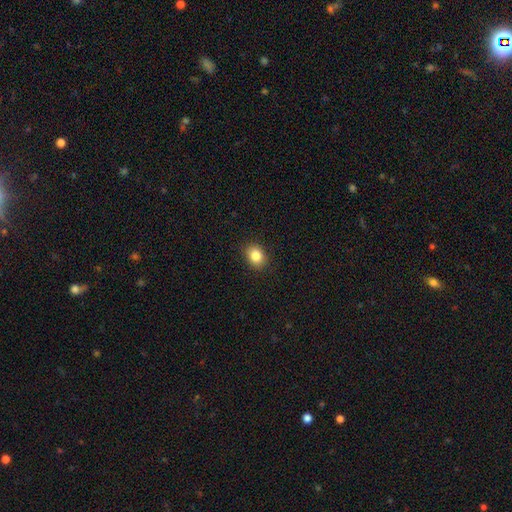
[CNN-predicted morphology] Smooth or featured?
  - smooth: 84% *
  - star or artifact: 10%
  - featured or disk: 6%
How rounded?
  - in between: 54% *
  - round: 45%
  - cigar-shaped: 1%
Merging?
  - none: 89% *
  - minor disturbance: 8%
  - major disturbance: 2%
  - merger: 1%